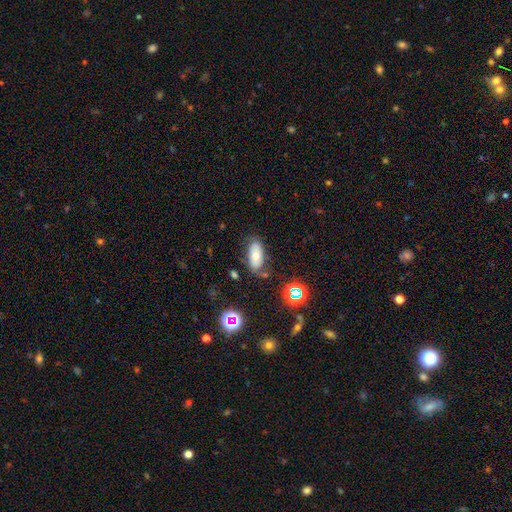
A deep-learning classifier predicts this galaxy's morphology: Smooth or featured?
  - smooth: 66% *
  - featured or disk: 21%
  - star or artifact: 13%
How rounded?
  - in between: 90% *
  - cigar-shaped: 7%
  - round: 4%
Merging?
  - none: 67% *
  - minor disturbance: 20%
  - major disturbance: 7%
  - merger: 6%